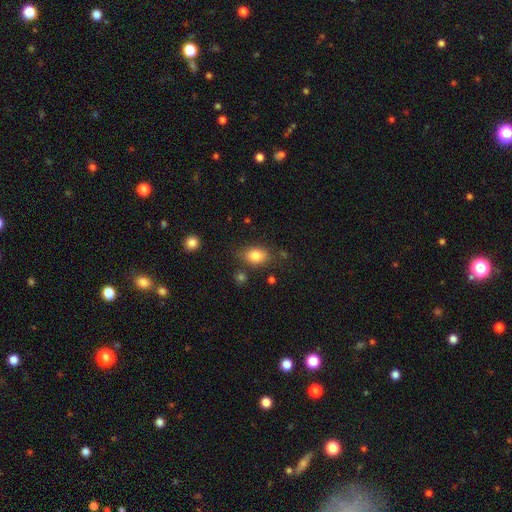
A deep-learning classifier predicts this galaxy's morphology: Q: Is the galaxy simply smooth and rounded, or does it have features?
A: smooth — 82%.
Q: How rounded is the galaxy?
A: in between — 75%.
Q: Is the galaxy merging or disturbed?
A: none — 76%.